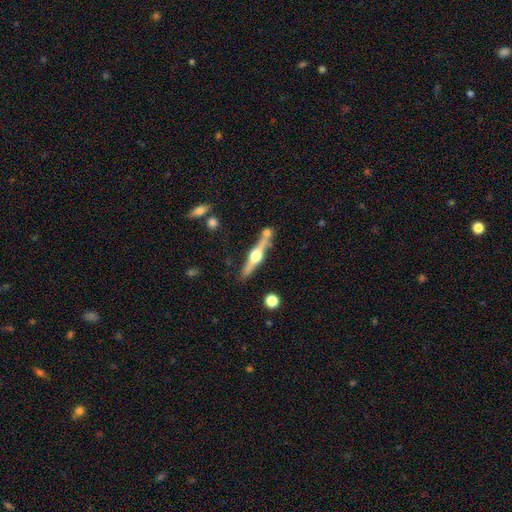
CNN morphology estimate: Q: Smooth or featured?
A: featured or disk (78%); runner-up: smooth (17%)
Q: Edge-on disk?
A: yes (98%); runner-up: no (2%)
Q: Edge-on bulge?
A: rounded (96%); runner-up: boxy (3%)
Q: Merging?
A: none (74%); runner-up: merger (12%)